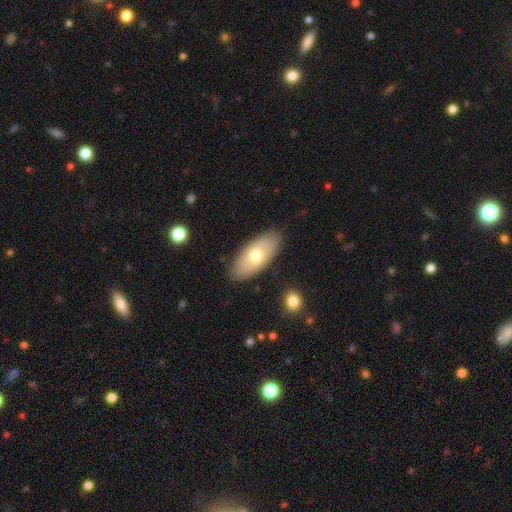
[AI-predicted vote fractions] This appears to be a smooth galaxy with no disk features (66%) that is in between round and cigar-shaped (88%). Merging: none (86%).